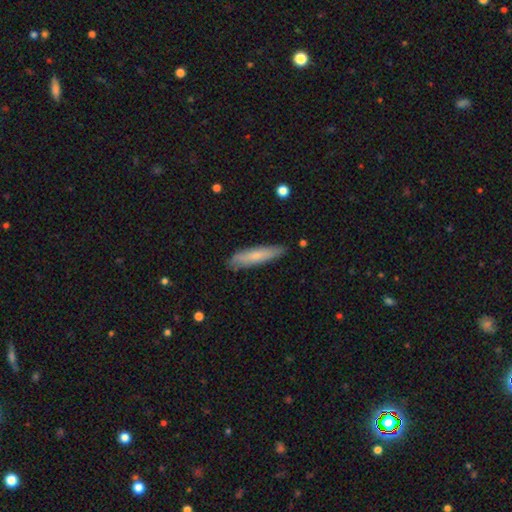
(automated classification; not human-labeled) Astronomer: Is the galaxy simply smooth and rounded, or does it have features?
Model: smooth — 71%.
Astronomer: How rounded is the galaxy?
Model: cigar-shaped — 84%.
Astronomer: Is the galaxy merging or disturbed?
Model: none — 83%.